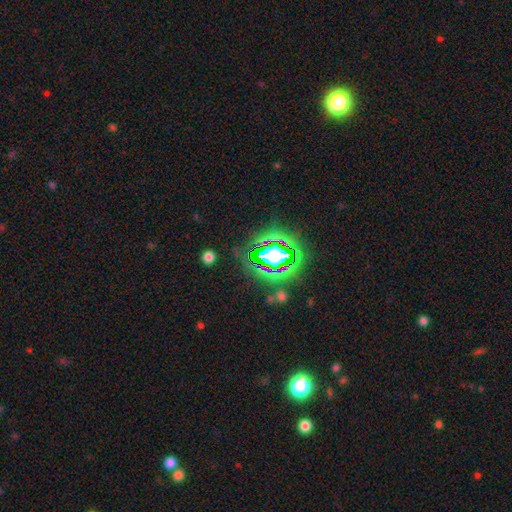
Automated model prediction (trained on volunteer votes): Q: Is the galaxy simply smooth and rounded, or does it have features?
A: star or artifact — 81%.